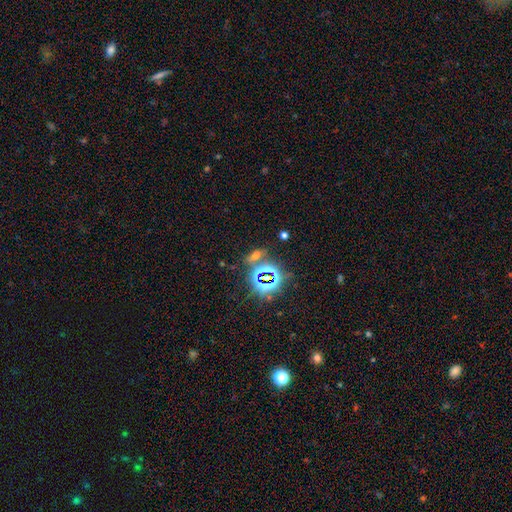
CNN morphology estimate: This is possibly a star or artifact rather than a galaxy (55%).